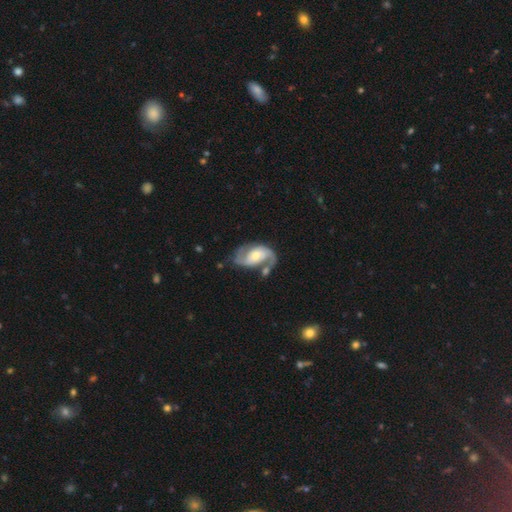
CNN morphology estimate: Smooth or featured?
  - featured or disk: 86% *
  - smooth: 10%
  - star or artifact: 4%
Edge-on disk?
  - no: 97% *
  - yes: 3%
Bar?
  - no: 46% *
  - weak: 37%
  - strong: 17%
Spiral arms?
  - yes: 95% *
  - no: 5%
Spiral winding?
  - medium: 50% *
  - loose: 32%
  - tight: 18%
Spiral arm count?
  - 2: 89% *
  - 1: 4%
  - can't tell: 3%
  - 3: 1%
  - 4: 1%
  - more than 4: 1%
Bulge size?
  - moderate: 56% *
  - small: 34%
  - large: 7%
  - none: 2%
  - dominant: 1%
Merging?
  - none: 54% *
  - minor disturbance: 18%
  - merger: 16%
  - major disturbance: 12%